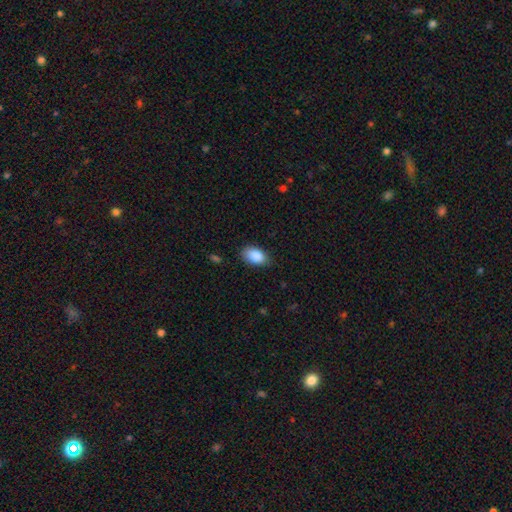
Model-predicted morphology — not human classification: Overall: smooth (88%). How rounded: in between (90%). Merging: none (82%).